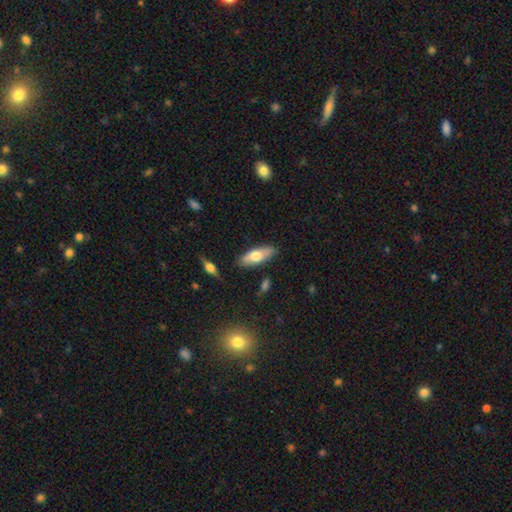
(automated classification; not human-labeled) smooth-or-featured: smooth: 66% | featured or disk: 28% | star or artifact: 6%
  how-rounded: in between: 66% | cigar-shaped: 31% | round: 2%
  merging: none: 83% | minor disturbance: 12% | merger: 3% | major disturbance: 2%